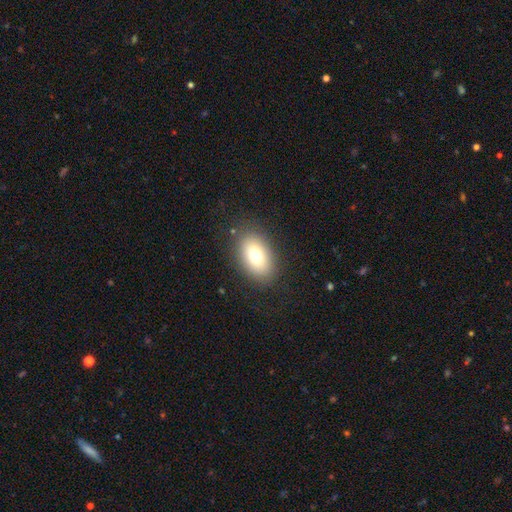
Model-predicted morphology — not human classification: Smooth or featured? smooth (76%)
How rounded? in between (87%)
Merging? none (85%)